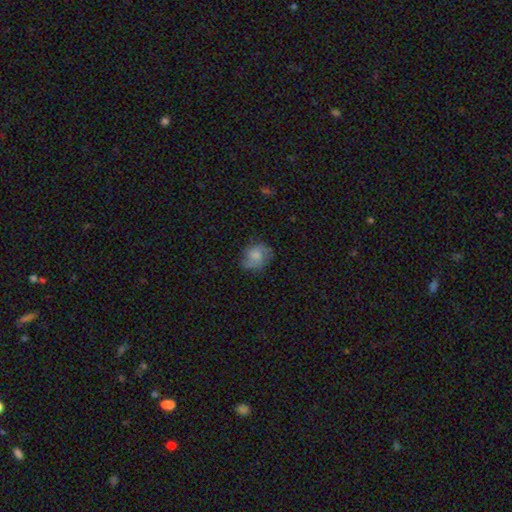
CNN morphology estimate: Q: Smooth or featured?
A: smooth (60%); runner-up: featured or disk (31%)
Q: How rounded?
A: round (58%); runner-up: in between (41%)
Q: Merging?
A: none (62%); runner-up: minor disturbance (25%)